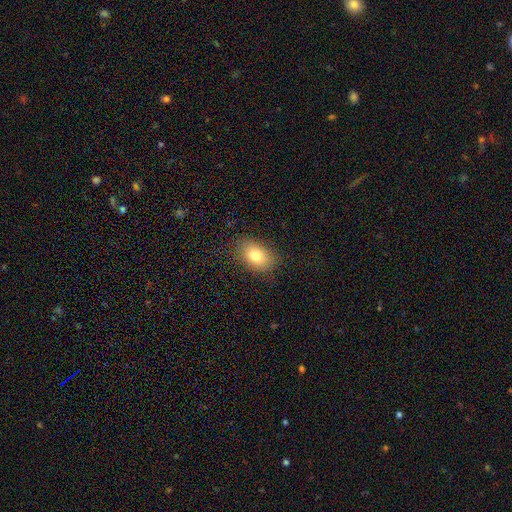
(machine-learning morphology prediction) This appears to be a smooth galaxy with no disk features (77%) that is in between round and cigar-shaped (84%). Merging: none (83%).